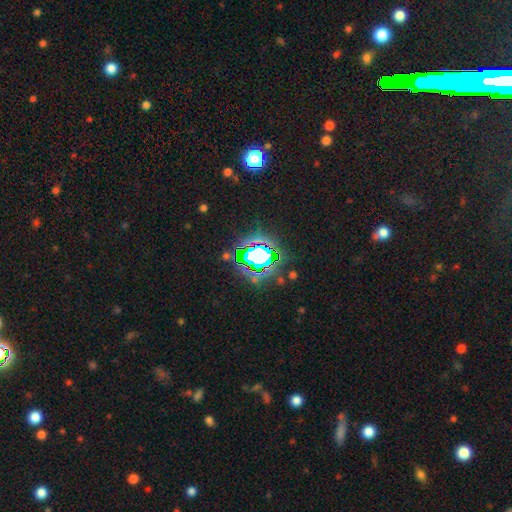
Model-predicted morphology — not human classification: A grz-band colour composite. It shows a star or artifact, not a galaxy (81%).